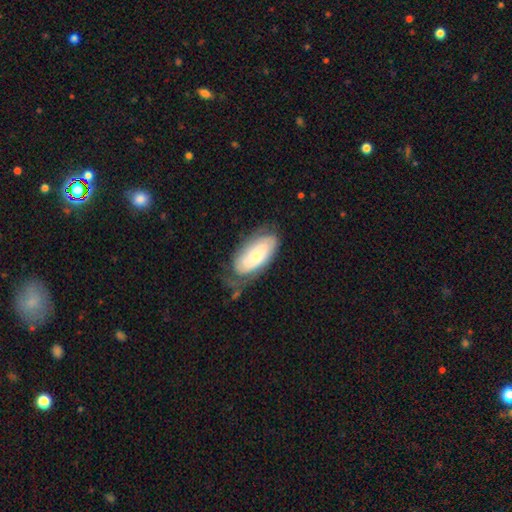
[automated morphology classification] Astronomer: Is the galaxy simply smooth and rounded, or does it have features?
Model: featured or disk — 53% (runner-up: smooth, 41%).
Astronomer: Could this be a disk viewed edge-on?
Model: no — 91%.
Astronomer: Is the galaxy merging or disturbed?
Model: none — 54%.